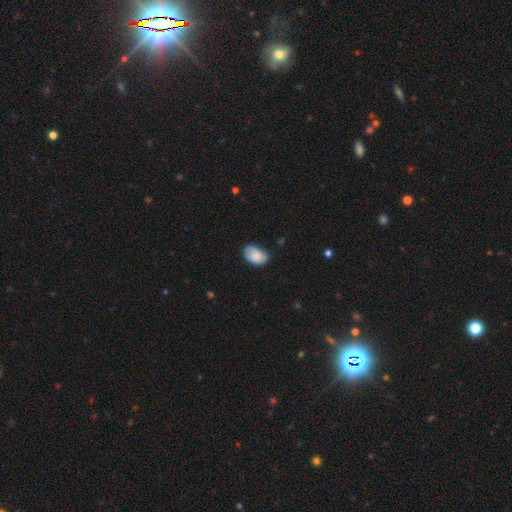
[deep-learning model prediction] smooth 81%, featured or disk 12%, star or artifact 7%. Down the decision tree: how rounded — in between (89%); merging — none (68%).